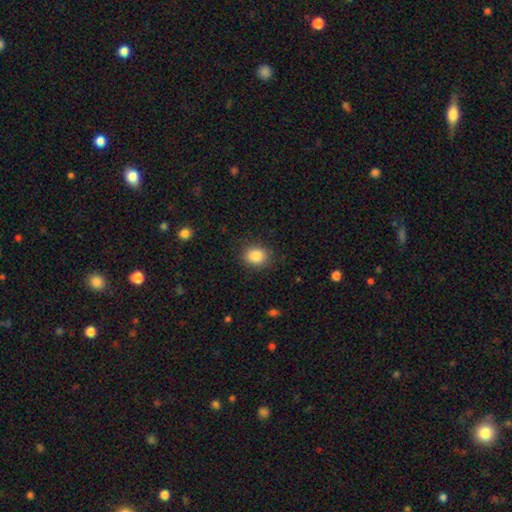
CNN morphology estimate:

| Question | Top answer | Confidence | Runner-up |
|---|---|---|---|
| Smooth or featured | smooth | 86% | star or artifact (9%) |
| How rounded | round | 64% | in between (35%) |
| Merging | none | 87% | minor disturbance (9%) |